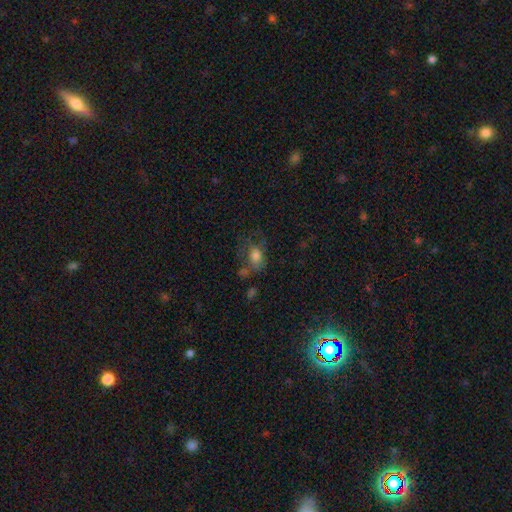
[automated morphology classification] Smooth or featured?
  - smooth: 68% *
  - featured or disk: 21%
  - star or artifact: 11%
How rounded?
  - in between: 64% *
  - round: 34%
  - cigar-shaped: 2%
Merging?
  - none: 35% *
  - major disturbance: 27%
  - minor disturbance: 23%
  - merger: 15%